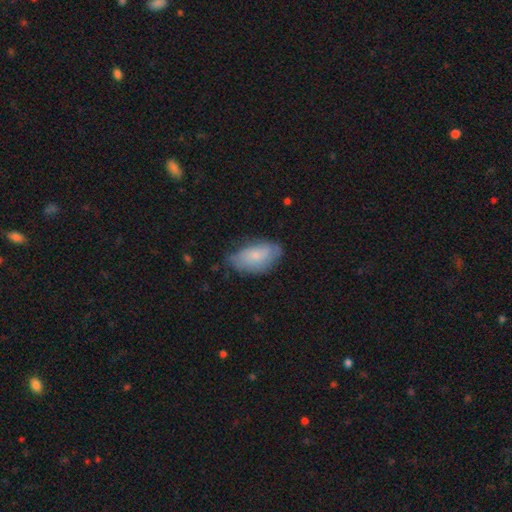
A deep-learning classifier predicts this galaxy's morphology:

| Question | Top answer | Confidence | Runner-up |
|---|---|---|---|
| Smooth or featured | smooth | 66% | featured or disk (27%) |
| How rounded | in between | 93% | round (4%) |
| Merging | none | 60% | minor disturbance (31%) |